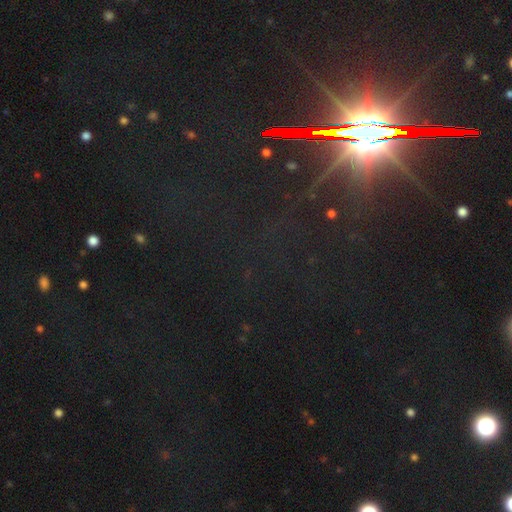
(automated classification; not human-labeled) This appears to be a star or artifact, not a galaxy (82%).